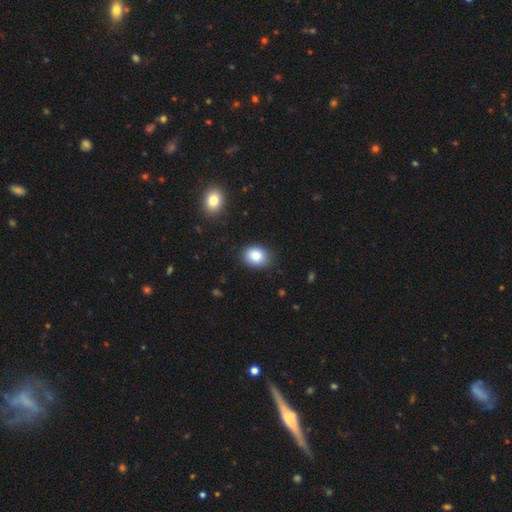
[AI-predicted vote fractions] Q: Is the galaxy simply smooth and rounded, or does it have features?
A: smooth — 86%.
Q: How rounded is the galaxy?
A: in between — 60%.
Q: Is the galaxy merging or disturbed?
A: none — 85%.